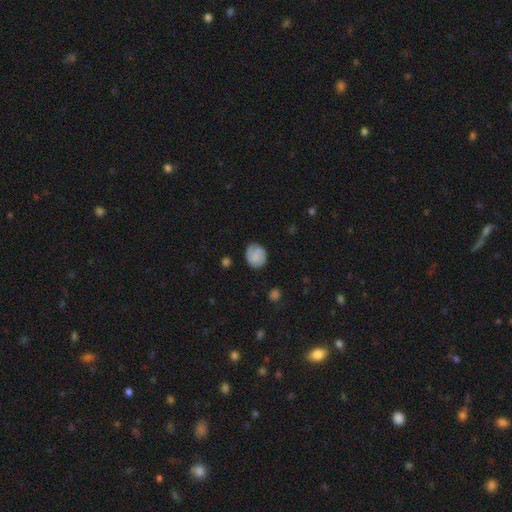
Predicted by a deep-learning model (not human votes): Overall: smooth (58%; featured or disk 34%). How rounded: round (71%). Merging: none (76%).